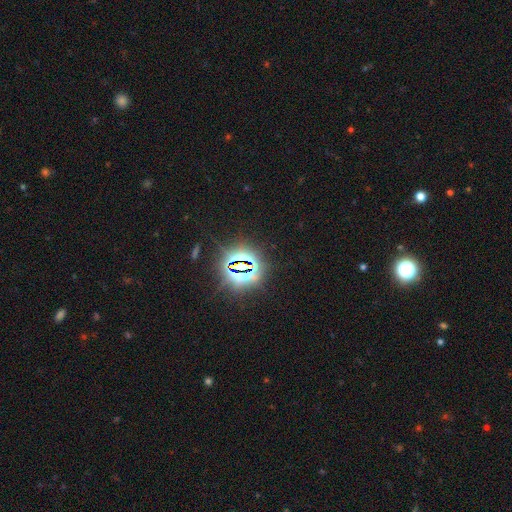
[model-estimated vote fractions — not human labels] Morphology: type=star or artifact (81%).